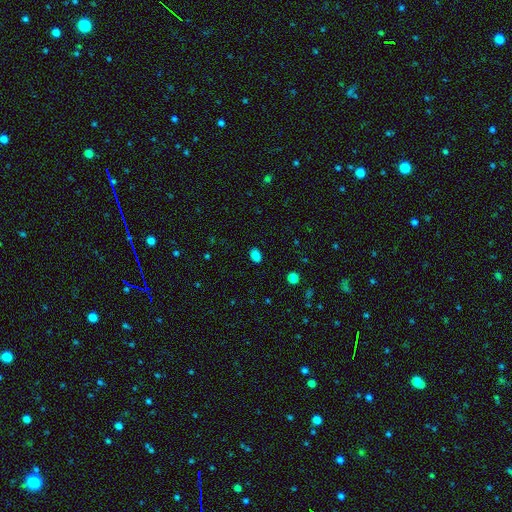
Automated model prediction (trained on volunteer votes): Smooth or featured? Predicted: smooth (p=0.83). How rounded? Predicted: in between (p=0.82). Merging? Predicted: none (p=0.87).